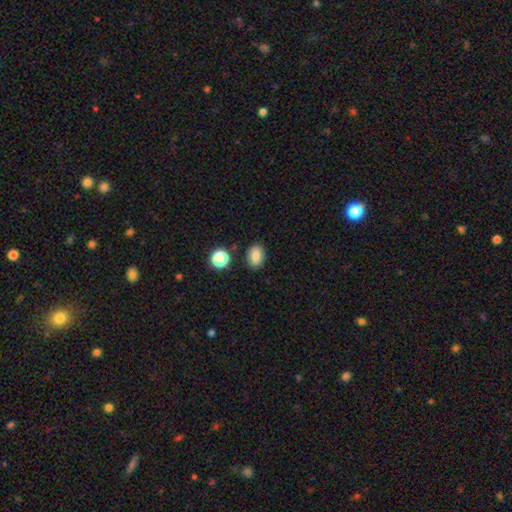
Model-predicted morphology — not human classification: type=smooth (82%); roundness=in between (75%); merging=none (84%).